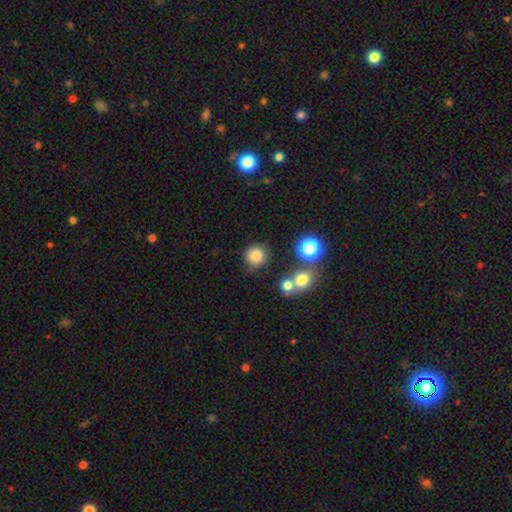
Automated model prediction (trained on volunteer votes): This appears to be a smooth galaxy with no disk features (83%) that is round (92%). Merging: none (81%).